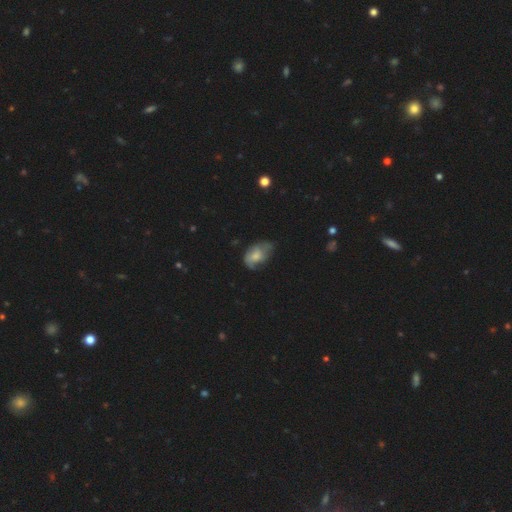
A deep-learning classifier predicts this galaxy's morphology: type=smooth (56%); roundness=in between (85%); merging=none (43%).